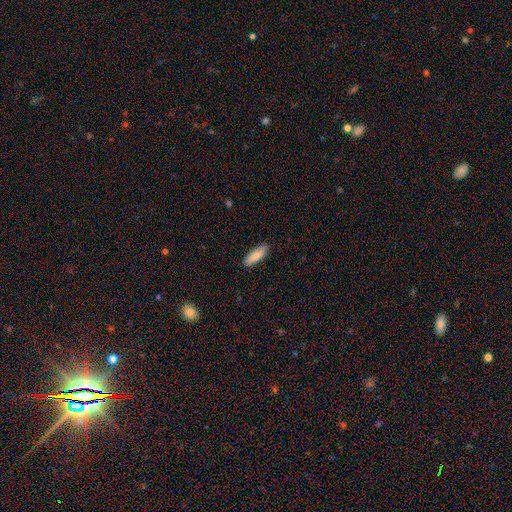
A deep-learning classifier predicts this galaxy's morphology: smooth_or_featured: smooth (p=0.85) [alt: featured or disk p=0.09]
how_rounded: in between (p=0.54) [alt: cigar-shaped p=0.44]
merging: none (p=0.89) [alt: minor disturbance p=0.09]